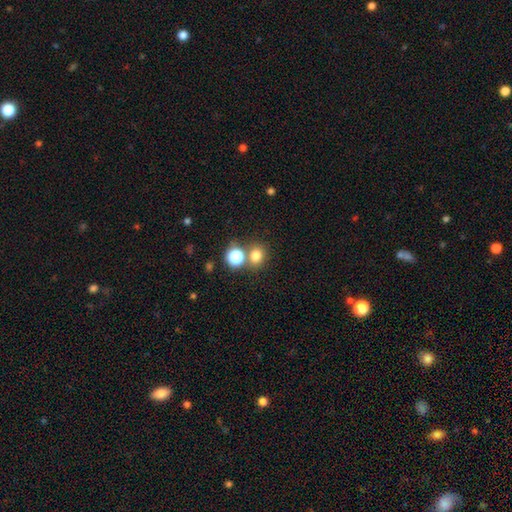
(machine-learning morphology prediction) smooth_or_featured: smooth (p=0.76) [alt: star or artifact p=0.18]
how_rounded: round (p=0.74) [alt: in between p=0.25]
merging: none (p=0.65) [alt: merger p=0.23]